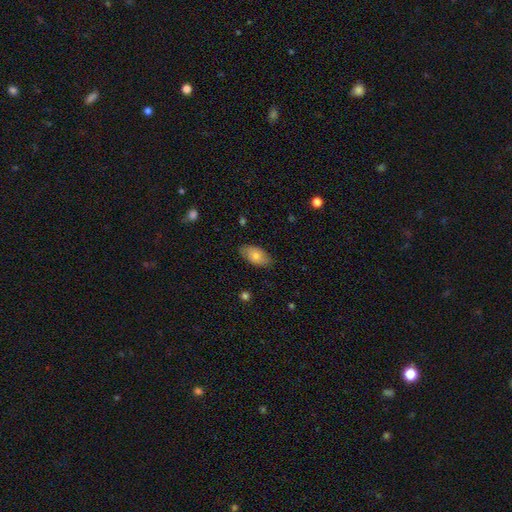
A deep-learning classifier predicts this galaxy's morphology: smooth 73%, featured or disk 21%, star or artifact 7%. Down the decision tree: how rounded — in between (93%); merging — none (79%).